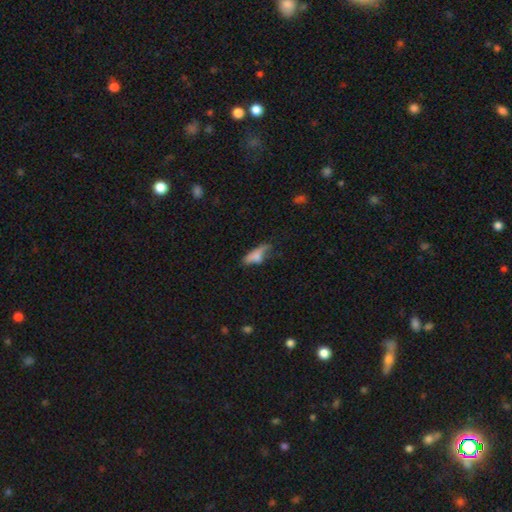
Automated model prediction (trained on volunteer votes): Morphology: type=smooth (68%); roundness=in between (59%); merging=none (35%).